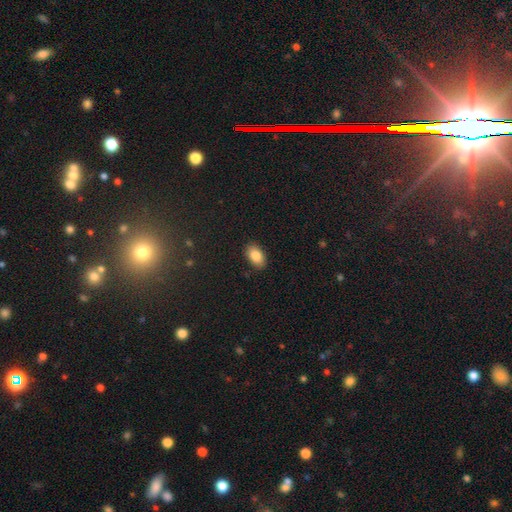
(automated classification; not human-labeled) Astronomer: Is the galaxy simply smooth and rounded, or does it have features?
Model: smooth — 85%.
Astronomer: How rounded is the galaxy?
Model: in between — 92%.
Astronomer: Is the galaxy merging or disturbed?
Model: none — 88%.